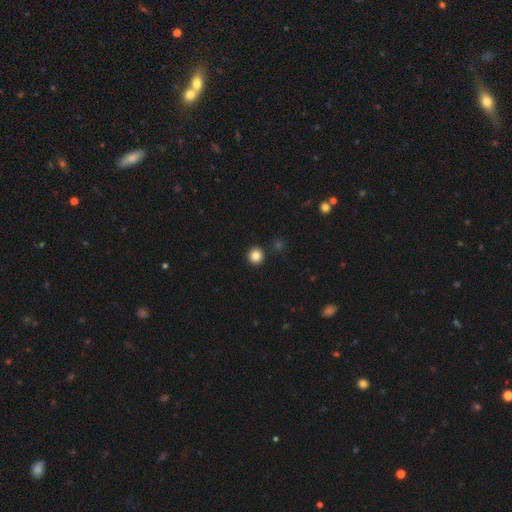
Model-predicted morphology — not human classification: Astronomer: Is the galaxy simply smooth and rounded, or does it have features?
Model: smooth — 84%.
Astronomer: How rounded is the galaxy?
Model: round — 95%.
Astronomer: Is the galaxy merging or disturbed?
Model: none — 92%.